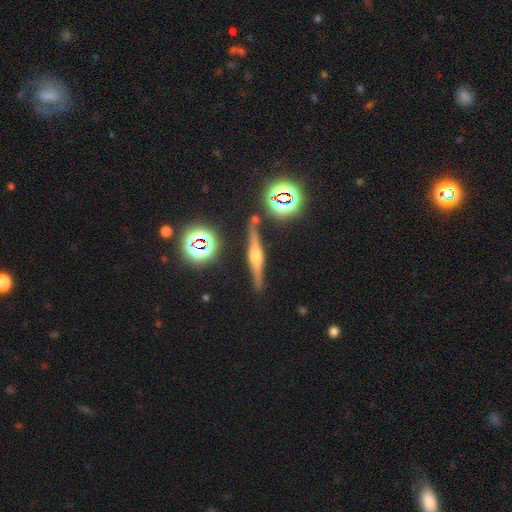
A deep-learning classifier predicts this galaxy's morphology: Smooth or featured? featured or disk (72%)
Edge-on disk? yes (97%)
Edge-on bulge? rounded (90%)
Merging? none (87%)